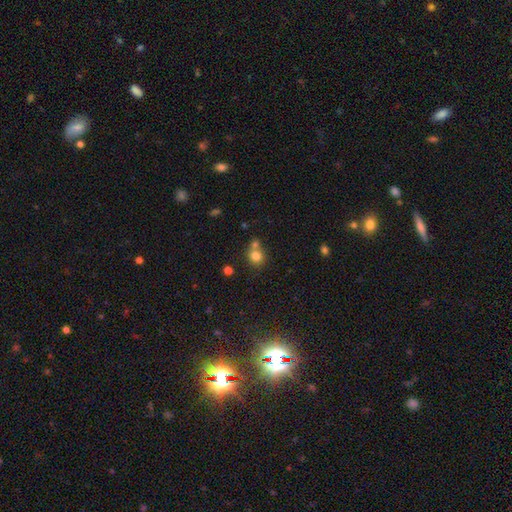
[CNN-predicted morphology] The model was most divided on "merging": none: 48%, merger: 40%, minor disturbance: 9%, major disturbance: 3%. More confident: smooth or featured — smooth (79%); how rounded — round (79%).